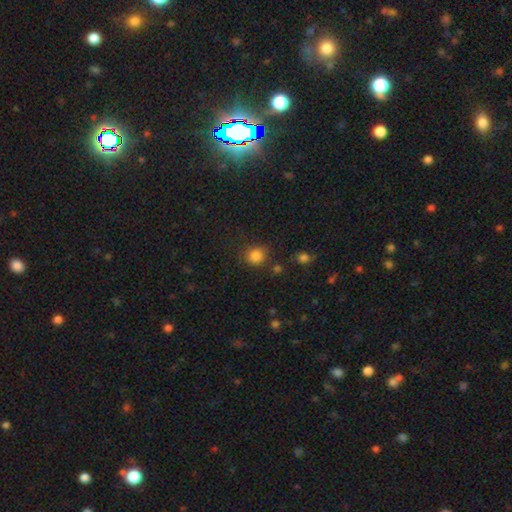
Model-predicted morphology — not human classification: smooth_or_featured: smooth (p=0.84) [alt: star or artifact p=0.12]
how_rounded: round (p=0.86) [alt: in between p=0.13]
merging: none (p=0.80) [alt: minor disturbance p=0.11]